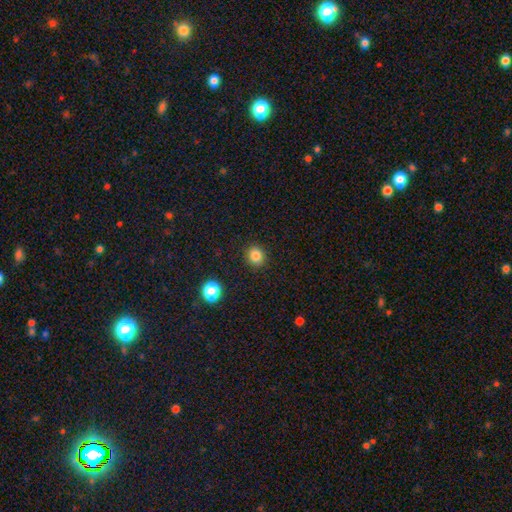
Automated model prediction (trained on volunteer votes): This is clearly a smooth galaxy (83%). How rounded: likely round (79%). Merging: clearly none (90%).